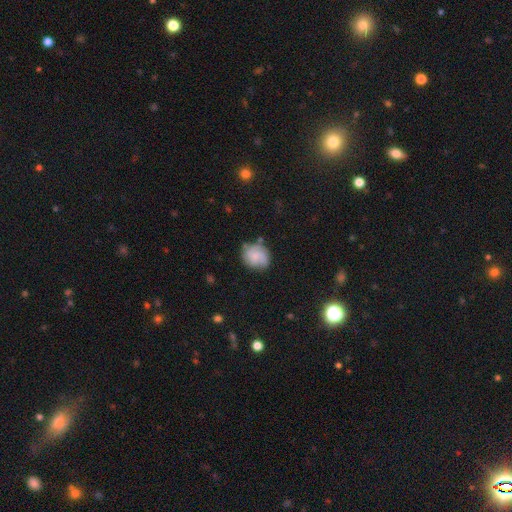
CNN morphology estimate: Q: Smooth or featured?
A: smooth (58%); runner-up: featured or disk (34%)
Q: How rounded?
A: round (70%); runner-up: in between (29%)
Q: Merging?
A: none (65%); runner-up: minor disturbance (24%)